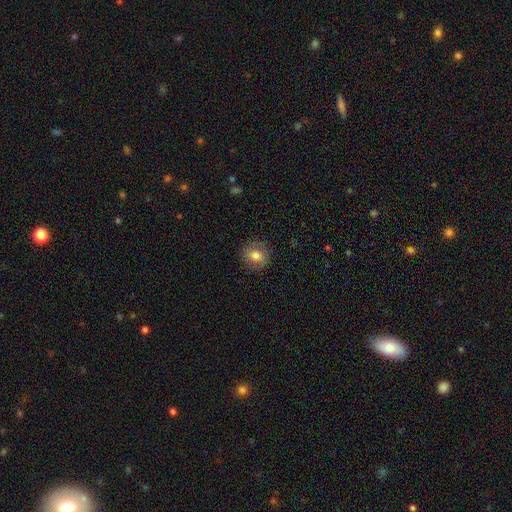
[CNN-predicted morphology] smooth_or_featured: smooth (p=0.76) [alt: featured or disk p=0.14]
how_rounded: round (p=0.69) [alt: in between p=0.29]
merging: none (p=0.85) [alt: minor disturbance p=0.10]